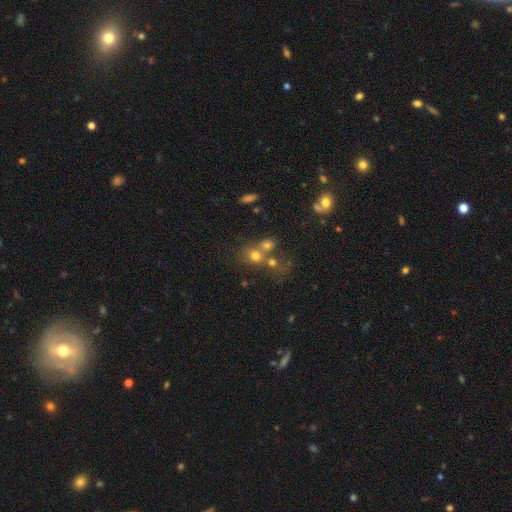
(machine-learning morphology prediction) smooth-or-featured: smooth: 67% | star or artifact: 17% | featured or disk: 16%
  how-rounded: round: 76% | in between: 23% | cigar-shaped: 1%
  merging: merger: 50% | none: 37% | minor disturbance: 8% | major disturbance: 6%